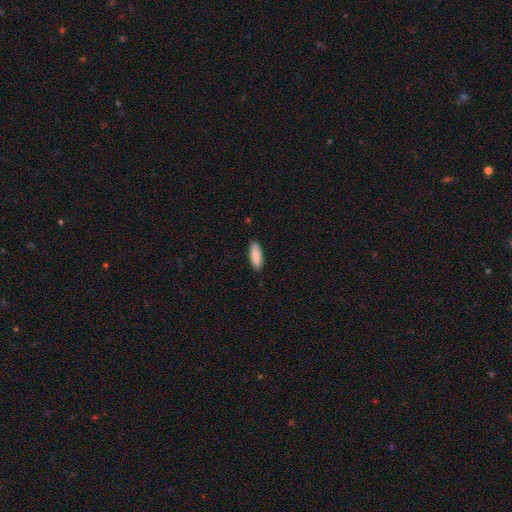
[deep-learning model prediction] Overall: smooth (88%). How rounded: in between (62%; cigar-shaped 36%). Merging: none (86%).